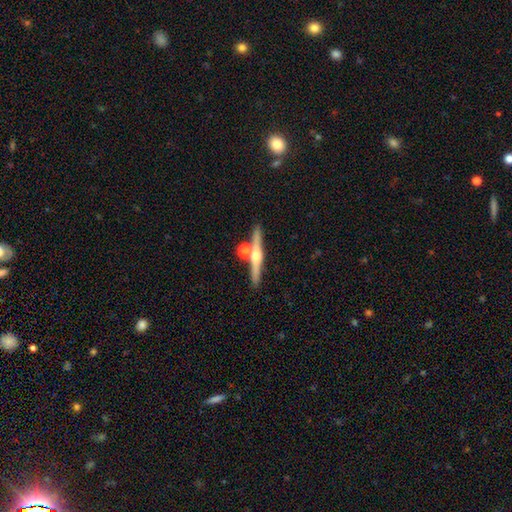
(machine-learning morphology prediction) Smooth or featured?
  - featured or disk: 66% *
  - smooth: 26%
  - star or artifact: 8%
Edge-on disk?
  - yes: 95% *
  - no: 5%
Edge-on bulge?
  - rounded: 91% *
  - none: 6%
  - boxy: 3%
Merging?
  - none: 71% *
  - merger: 18%
  - minor disturbance: 8%
  - major disturbance: 3%